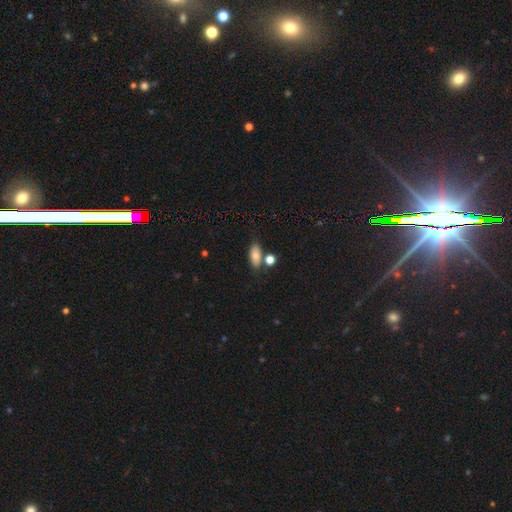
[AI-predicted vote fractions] Smooth or featured?
  - smooth: 80% *
  - featured or disk: 11%
  - star or artifact: 9%
How rounded?
  - in between: 86% *
  - cigar-shaped: 7%
  - round: 6%
Merging?
  - none: 69% *
  - merger: 15%
  - minor disturbance: 12%
  - major disturbance: 3%